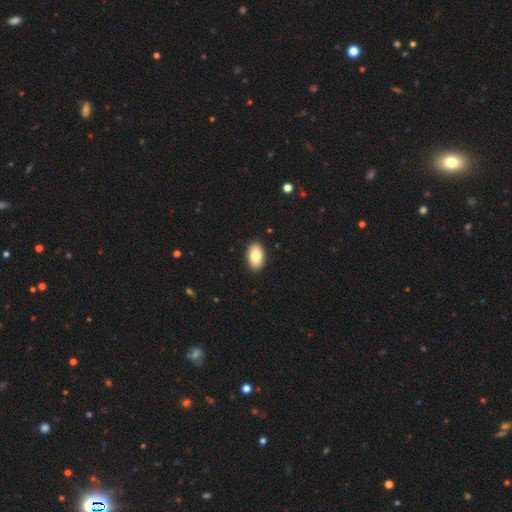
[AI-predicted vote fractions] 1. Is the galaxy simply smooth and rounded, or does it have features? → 80% smooth, 14% featured or disk, 7% star or artifact.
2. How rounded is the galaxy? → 92% in between, 6% round, 1% cigar-shaped.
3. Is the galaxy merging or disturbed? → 91% none, 6% minor disturbance, 2% major disturbance, 1% merger.